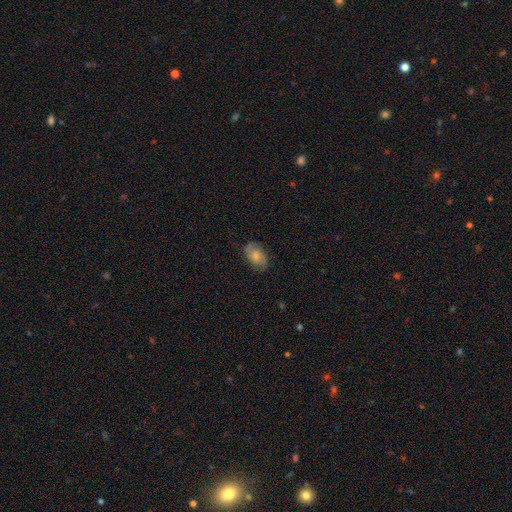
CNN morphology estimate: smooth 67%, featured or disk 25%, star or artifact 8%. Down the decision tree: how rounded — in between (89%); merging — none (76%).